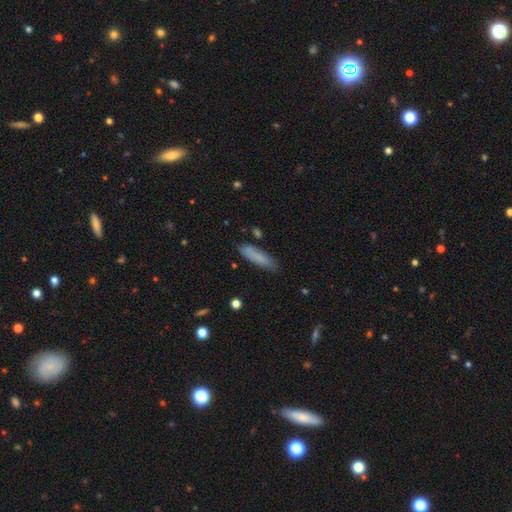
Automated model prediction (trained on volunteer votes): Smooth or featured: smooth — 81% (featured or disk — 11%)
How rounded: cigar-shaped — 72% (in between — 26%)
Merging: none — 80% (minor disturbance — 15%)